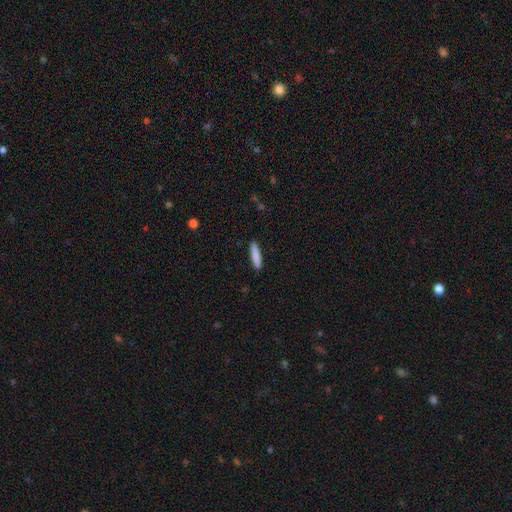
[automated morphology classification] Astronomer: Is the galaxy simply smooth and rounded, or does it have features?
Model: smooth — 85%.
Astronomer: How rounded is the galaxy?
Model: cigar-shaped — 87%.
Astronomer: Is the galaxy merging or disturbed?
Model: none — 90%.